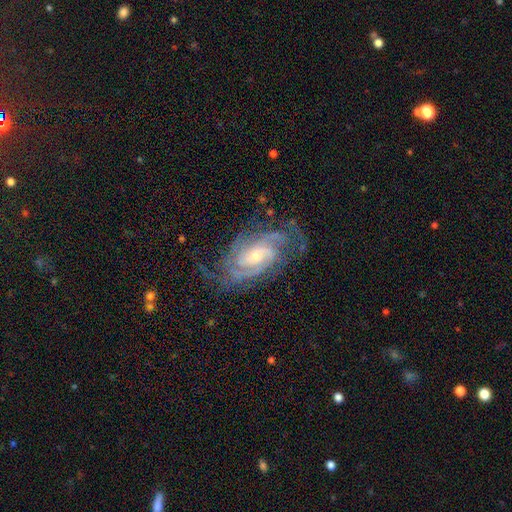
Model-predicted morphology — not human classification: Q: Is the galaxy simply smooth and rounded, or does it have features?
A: featured or disk — 89%.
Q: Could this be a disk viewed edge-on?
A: no — 96%.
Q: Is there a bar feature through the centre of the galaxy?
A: no — 53%.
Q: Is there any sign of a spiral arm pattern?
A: yes — 97%.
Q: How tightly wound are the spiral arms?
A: tight — 59%.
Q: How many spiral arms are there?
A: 2 — 36%.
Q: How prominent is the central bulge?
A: small — 55%.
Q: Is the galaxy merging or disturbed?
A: none — 70%.